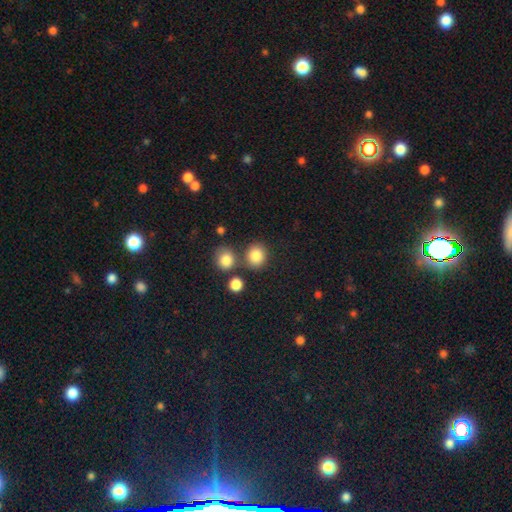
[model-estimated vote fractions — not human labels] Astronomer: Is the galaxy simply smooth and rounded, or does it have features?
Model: smooth — 84%.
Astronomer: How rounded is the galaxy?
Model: round — 80%.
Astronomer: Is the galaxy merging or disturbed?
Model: none — 70%.